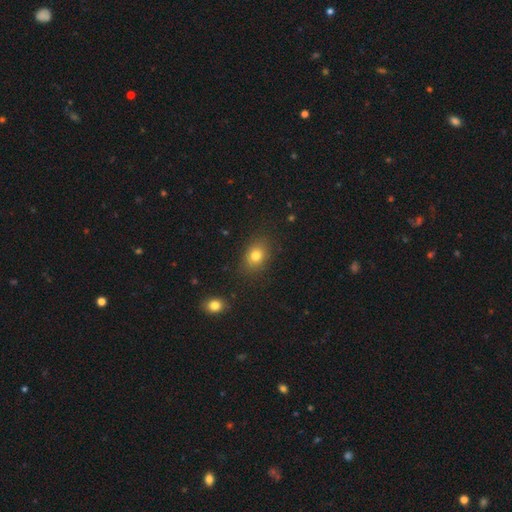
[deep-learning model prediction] Overall: smooth (79%). How rounded: in between (63%; round 35%). Merging: none (83%).